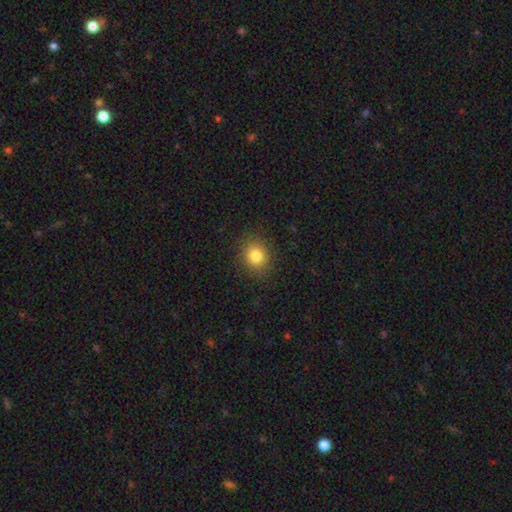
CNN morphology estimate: This is clearly a smooth galaxy (81%). How rounded: likely round (65%). Merging: clearly none (87%).